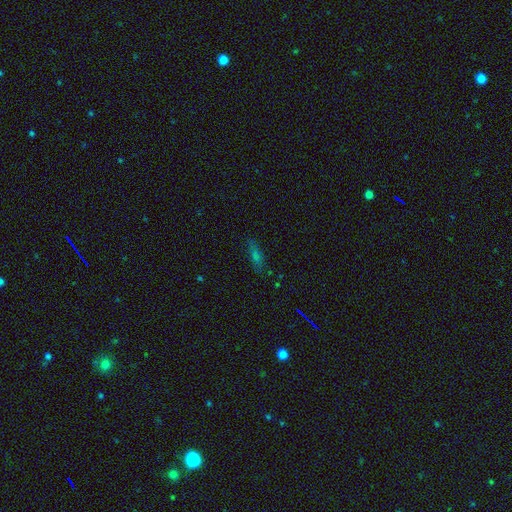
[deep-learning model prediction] Smooth or featured? Predicted: smooth (p=0.47). Merging? Predicted: none (p=0.80).